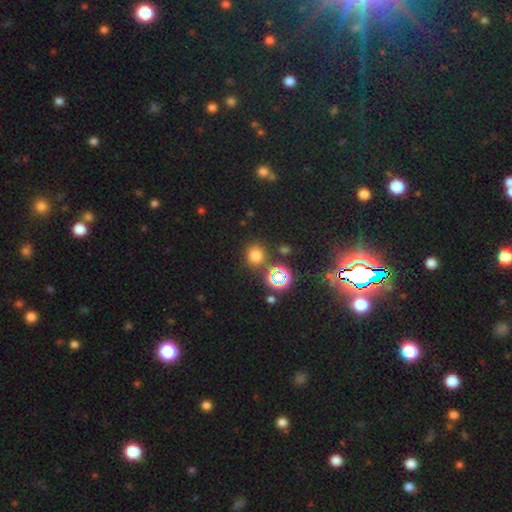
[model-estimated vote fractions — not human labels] This is likely a smooth galaxy (68%). How rounded: clearly round (88%). Merging: clearly none (81%).